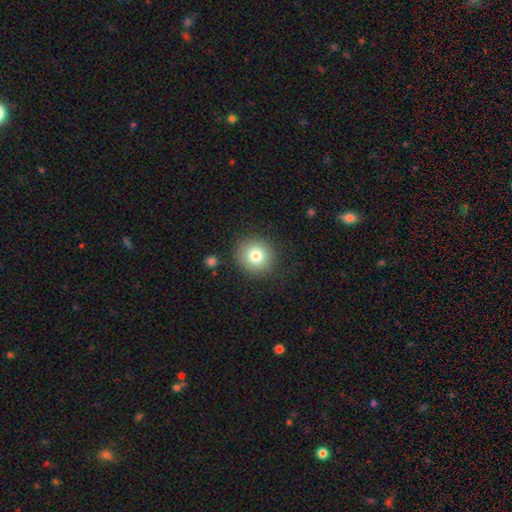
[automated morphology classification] smooth_or_featured: smooth (p=0.79) [alt: star or artifact p=0.11]
how_rounded: round (p=0.90) [alt: in between p=0.09]
merging: none (p=0.85) [alt: minor disturbance p=0.10]